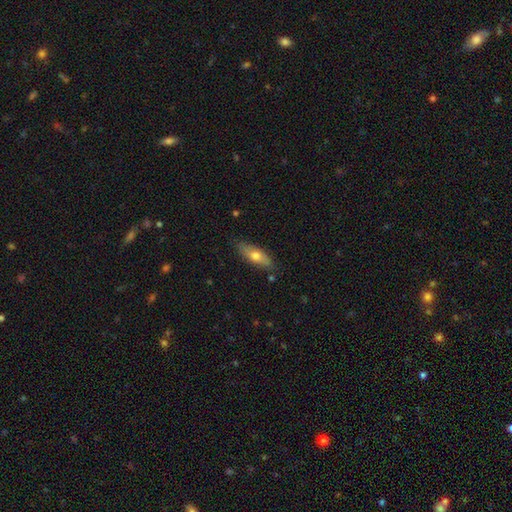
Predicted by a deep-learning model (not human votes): Smooth or featured: smooth — 61% (featured or disk — 33%)
How rounded: in between — 61% (cigar-shaped — 36%)
Merging: none — 80% (minor disturbance — 16%)